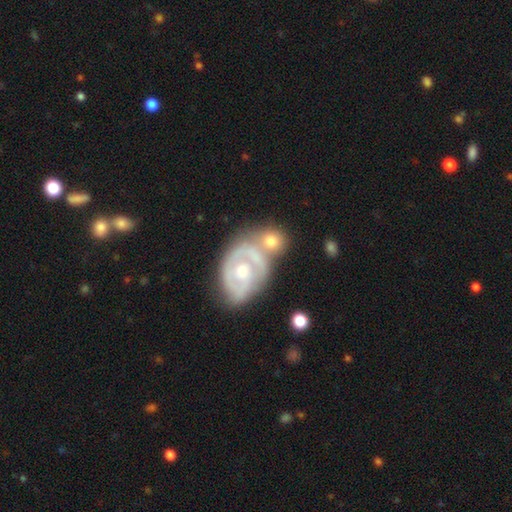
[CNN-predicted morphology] The model was most divided on "spiral arms": no: 51%, yes: 49%. Remaining: edge-on disk — no (96%); bar — no (76%); bulge size — moderate (64%); smooth or featured — featured or disk (56%); merging — merger (41%).